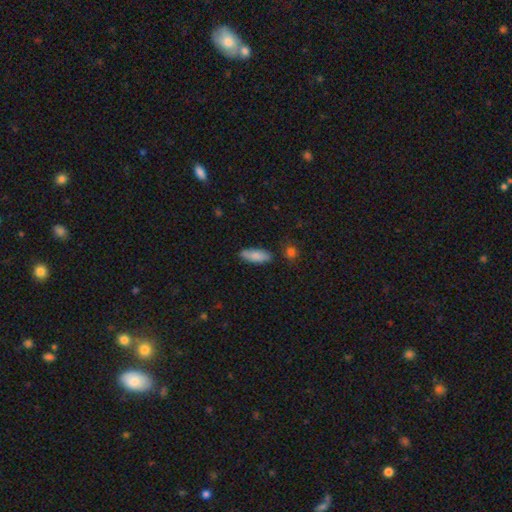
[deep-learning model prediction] This appears to be a smooth galaxy with no disk features (84%) that is in between round and cigar-shaped (71%). Merging: none (79%).